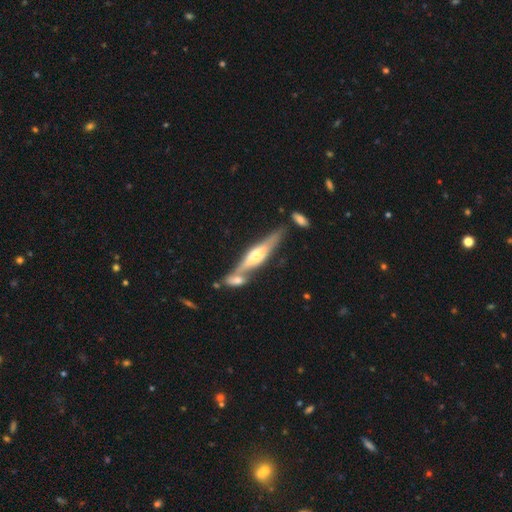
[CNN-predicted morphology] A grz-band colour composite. It shows a featured or disk galaxy (68%) viewed edge-on (92%) with a rounded central bulge (85%). Merging: none (55%).